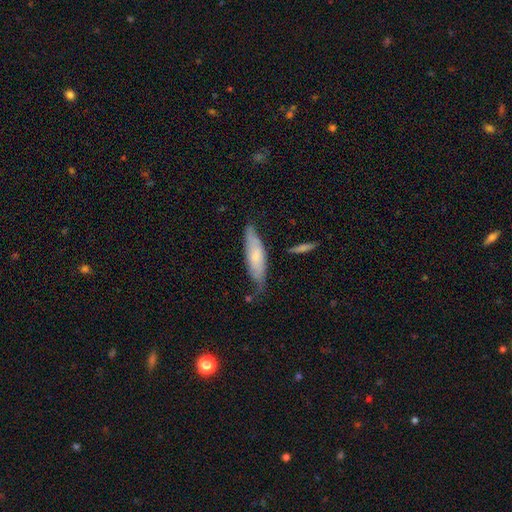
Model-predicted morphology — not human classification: smooth_or_featured: smooth (p=0.51) [alt: featured or disk p=0.43]
how_rounded: cigar-shaped (p=0.49) [tied with: in between p=0.49]
merging: none (p=0.53) [alt: minor disturbance p=0.33]